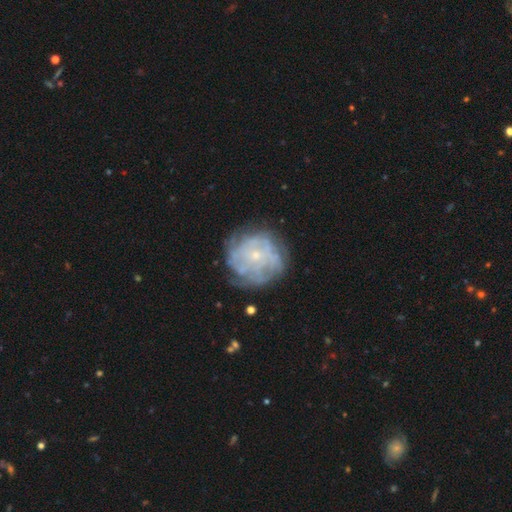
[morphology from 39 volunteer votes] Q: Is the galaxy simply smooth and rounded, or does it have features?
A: featured or disk — 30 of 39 (77%).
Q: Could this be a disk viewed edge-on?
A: no — 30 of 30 (100%).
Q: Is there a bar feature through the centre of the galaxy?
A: no — 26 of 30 (87%).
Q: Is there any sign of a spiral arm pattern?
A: yes — 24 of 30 (80%).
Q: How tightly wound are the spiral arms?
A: tight — 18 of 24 (75%).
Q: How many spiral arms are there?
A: can't tell — 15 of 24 (62%).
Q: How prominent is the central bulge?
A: small — 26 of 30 (87%).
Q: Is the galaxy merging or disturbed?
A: none — 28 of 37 (76%).